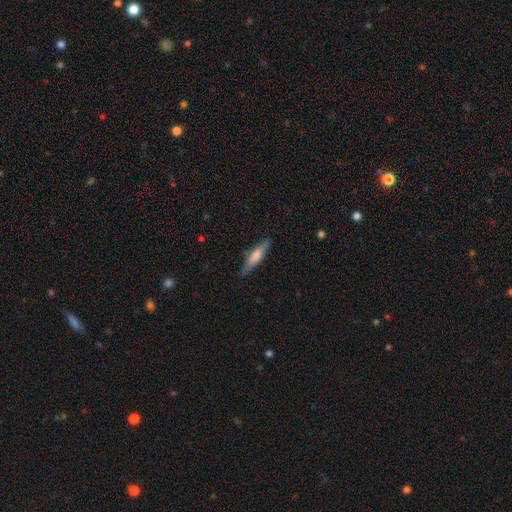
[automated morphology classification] Smooth or featured?
  - smooth: 64% *
  - featured or disk: 31%
  - star or artifact: 6%
How rounded?
  - cigar-shaped: 83% *
  - in between: 16%
  - round: 1%
Merging?
  - none: 83% *
  - minor disturbance: 14%
  - major disturbance: 3%
  - merger: 1%